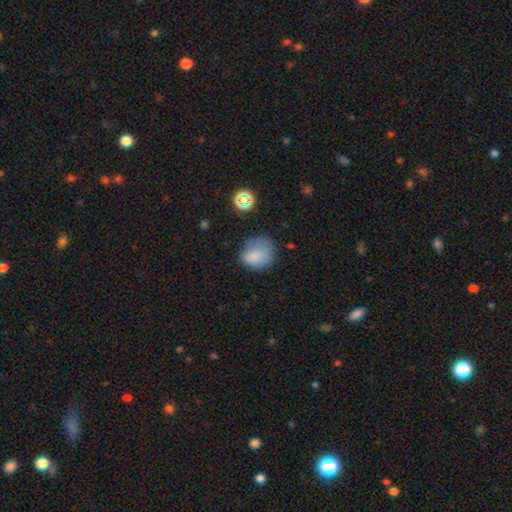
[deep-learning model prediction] A smooth galaxy with no disk features (76%) that is round (61%). Merging: none (52%).